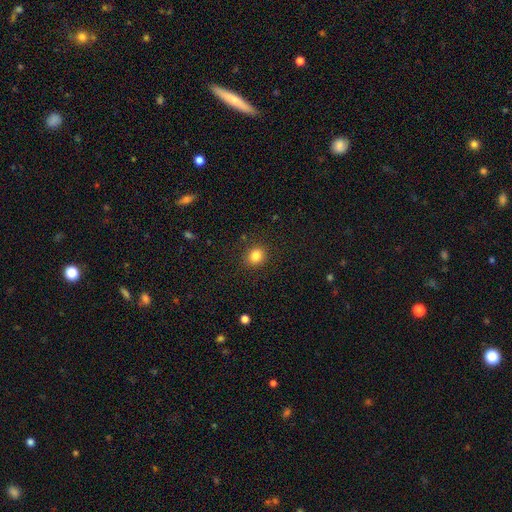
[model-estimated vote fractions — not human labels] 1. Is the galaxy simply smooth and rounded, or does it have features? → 83% smooth, 12% star or artifact, 5% featured or disk.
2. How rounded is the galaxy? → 77% round, 23% in between, 1% cigar-shaped.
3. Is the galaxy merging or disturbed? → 88% none, 8% minor disturbance, 3% major disturbance, 1% merger.